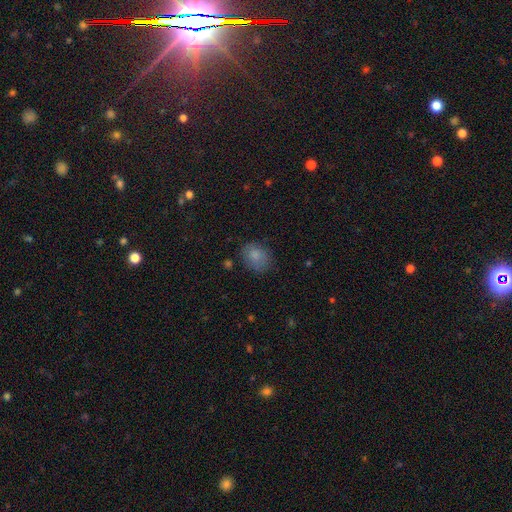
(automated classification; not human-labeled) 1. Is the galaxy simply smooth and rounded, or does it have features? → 82% smooth, 9% featured or disk, 9% star or artifact.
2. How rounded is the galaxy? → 57% in between, 42% round, 1% cigar-shaped.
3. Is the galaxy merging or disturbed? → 74% none, 19% minor disturbance, 6% major disturbance, 2% merger.